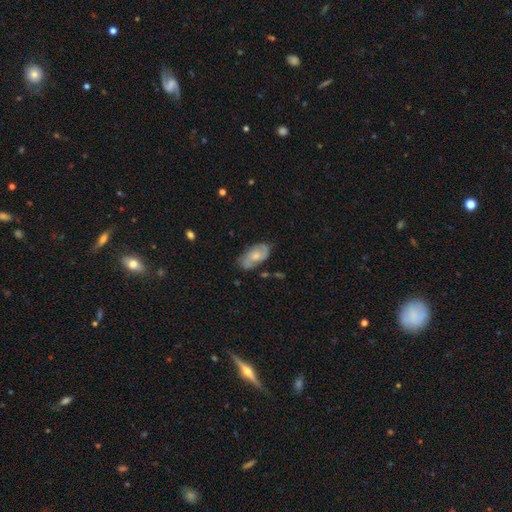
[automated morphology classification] smooth_or_featured: featured or disk (p=0.56) [alt: smooth p=0.37]
disk_edge_on: no (p=0.93) [alt: yes p=0.07]
bar: no (p=0.73) [alt: weak p=0.24]
has_spiral_arms: yes (p=0.79) [alt: no p=0.21]
bulge_size: moderate (p=0.53) [alt: small p=0.31]
merging: none (p=0.66) [alt: minor disturbance p=0.24]